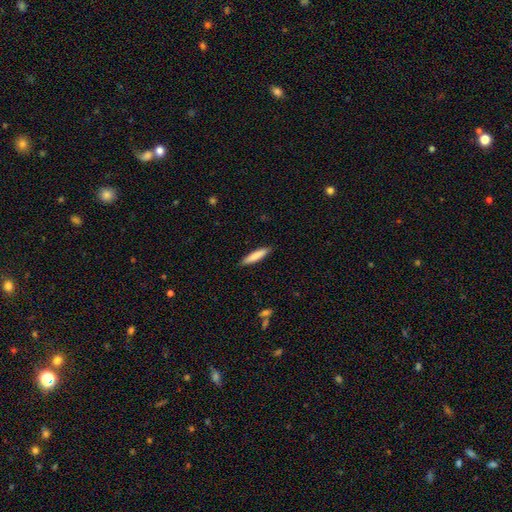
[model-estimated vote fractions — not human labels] smooth 82%, featured or disk 12%, star or artifact 6%. Down the decision tree: how rounded — cigar-shaped (85%); merging — none (89%).